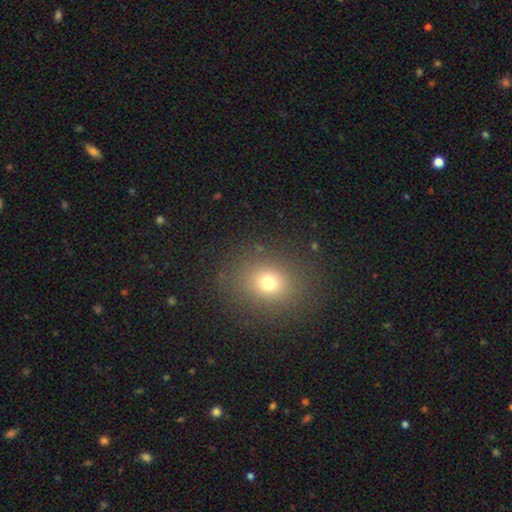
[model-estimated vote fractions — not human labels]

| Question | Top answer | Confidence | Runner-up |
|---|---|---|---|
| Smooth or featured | smooth | 69% | star or artifact (23%) |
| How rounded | round | 65% | in between (34%) |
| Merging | none | 90% | minor disturbance (7%) |